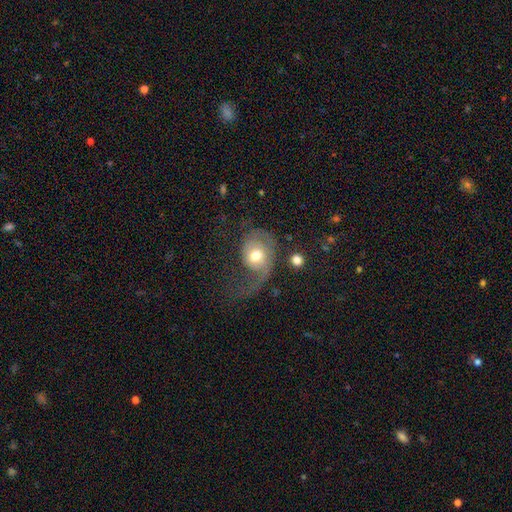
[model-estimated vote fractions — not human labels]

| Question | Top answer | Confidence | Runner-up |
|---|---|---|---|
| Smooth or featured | featured or disk | 54% | smooth (39%) |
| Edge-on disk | no | 96% | yes (4%) |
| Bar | no | 75% | weak (21%) |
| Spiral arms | yes | 76% | no (24%) |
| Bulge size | moderate | 69% | small (14%) |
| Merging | major disturbance | 55% | none (25%) |